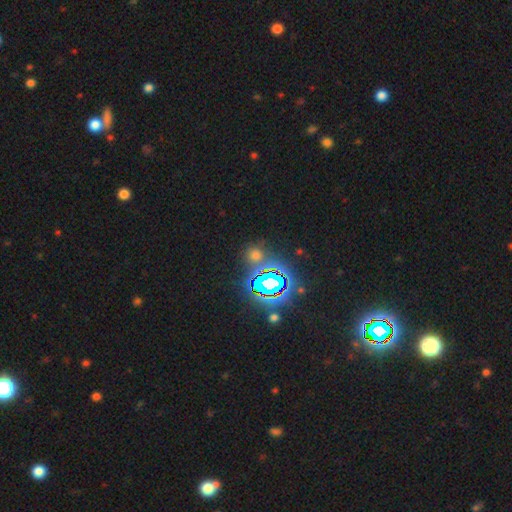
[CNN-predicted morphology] type=star or artifact (54%).